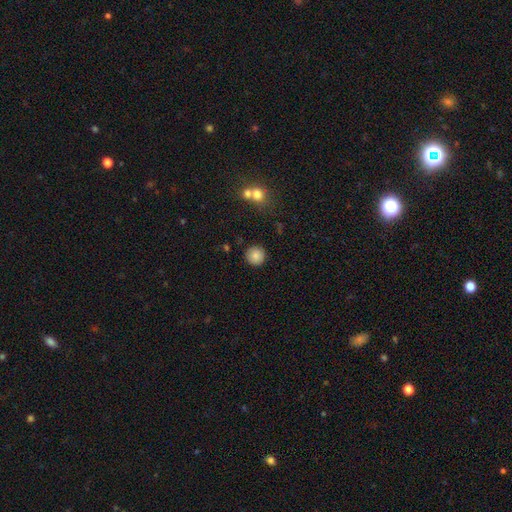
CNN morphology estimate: Q: Smooth or featured?
A: smooth (84%); runner-up: star or artifact (9%)
Q: How rounded?
A: round (94%); runner-up: in between (5%)
Q: Merging?
A: none (89%); runner-up: minor disturbance (6%)